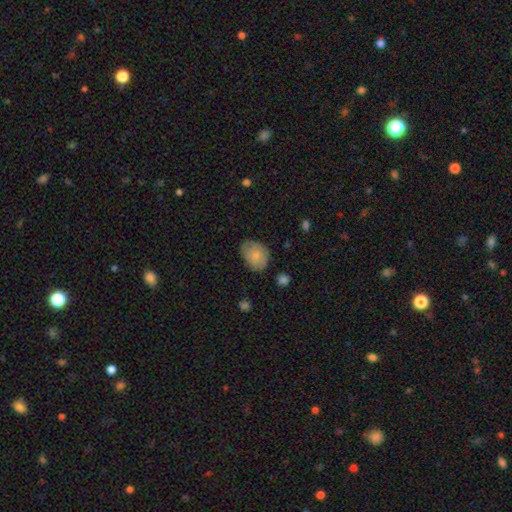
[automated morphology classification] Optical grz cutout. It shows a smooth galaxy with no disk features (80%) that is in between round and cigar-shaped (66%). Merging: none (72%).